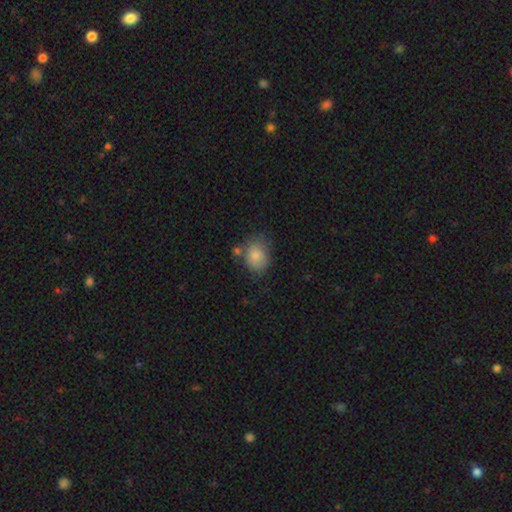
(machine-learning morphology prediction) A smooth galaxy with no disk features (82%) that is in between round and cigar-shaped (52%). Merging: none (56%).